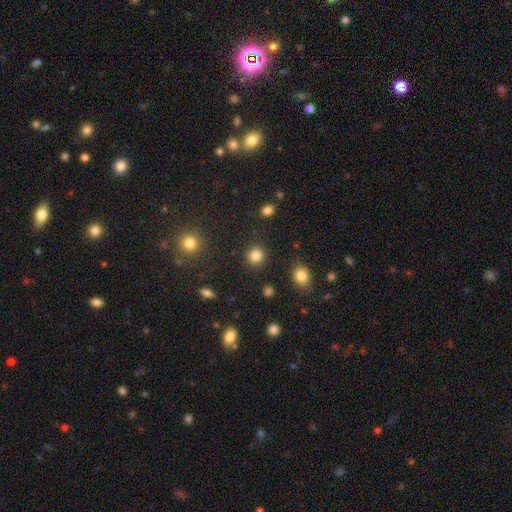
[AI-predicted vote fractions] A smooth galaxy with no disk features (84%) that is round (92%). Merging: none (91%).